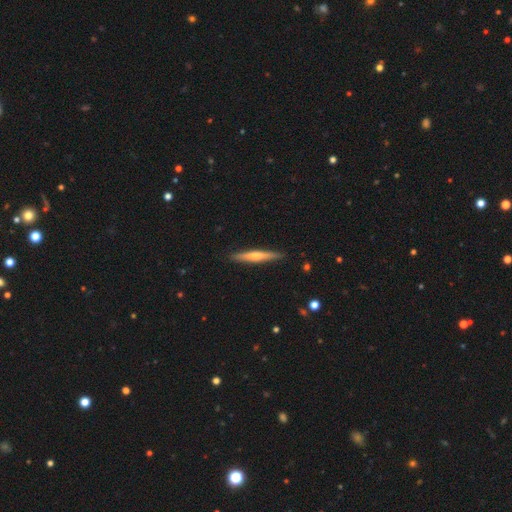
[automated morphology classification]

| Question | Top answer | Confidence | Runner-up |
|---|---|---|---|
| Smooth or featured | smooth | 49% | featured or disk (45%) |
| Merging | none | 90% | minor disturbance (8%) |